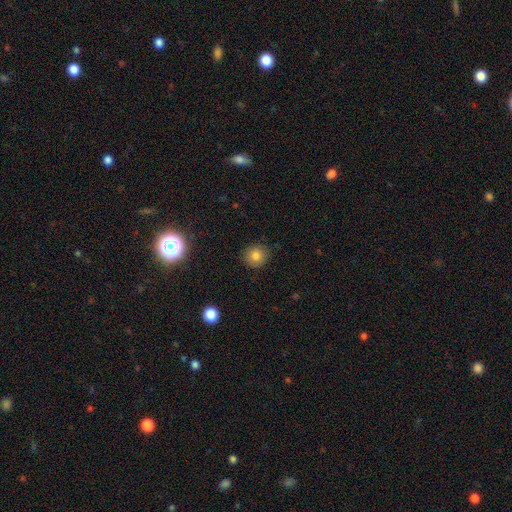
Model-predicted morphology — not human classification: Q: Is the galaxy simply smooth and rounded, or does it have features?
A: smooth — 80%.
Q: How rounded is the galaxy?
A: round — 87%.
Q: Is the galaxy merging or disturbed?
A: none — 89%.